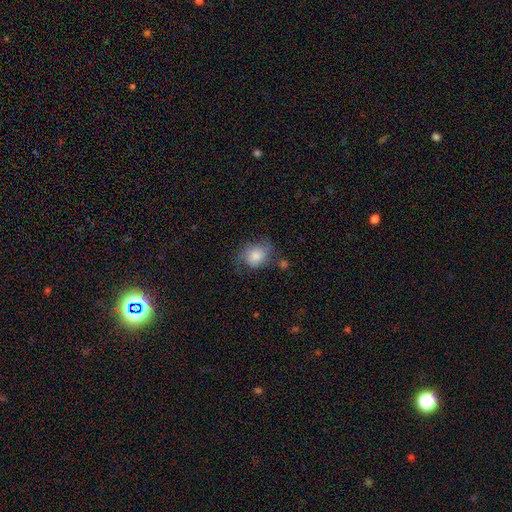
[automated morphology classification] Smooth or featured: smooth — 59% (featured or disk — 32%)
How rounded: in between — 50% (round — 49%)
Merging: none — 50% (minor disturbance — 29%)